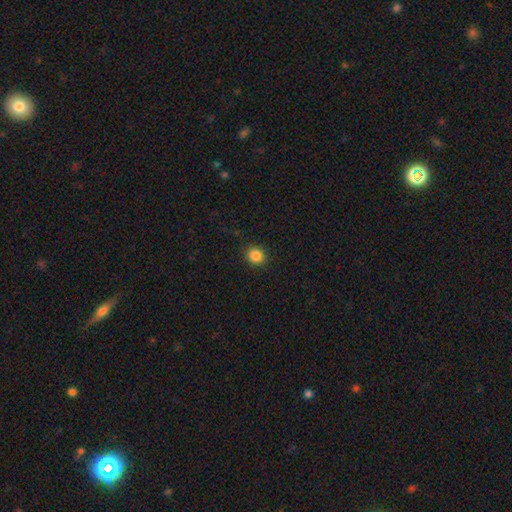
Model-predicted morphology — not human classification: Q: Smooth or featured?
A: smooth (86%); runner-up: star or artifact (11%)
Q: How rounded?
A: round (83%); runner-up: in between (16%)
Q: Merging?
A: none (90%); runner-up: minor disturbance (7%)